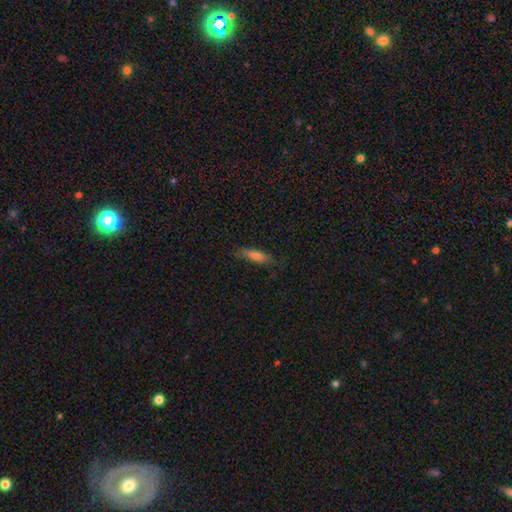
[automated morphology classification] Smooth or featured? smooth (75%)
How rounded? cigar-shaped (62%)
Merging? none (74%)